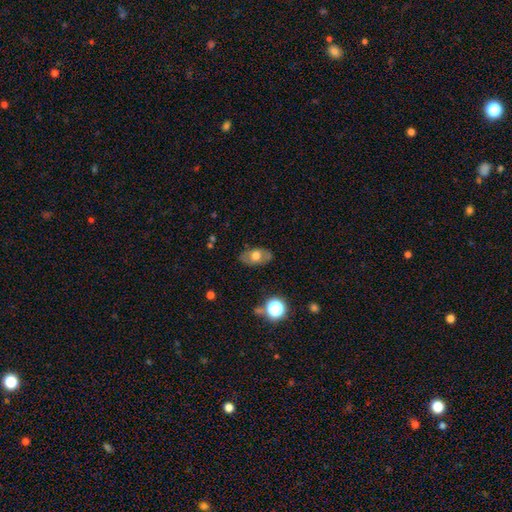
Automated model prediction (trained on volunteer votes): smooth 60%, featured or disk 31%, star or artifact 9%. Down the decision tree: how rounded — in between (87%); merging — none (80%).